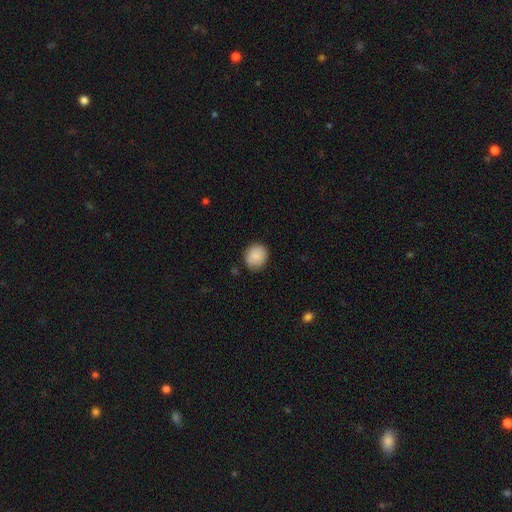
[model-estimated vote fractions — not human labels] smooth_or_featured: smooth (p=0.88) [alt: star or artifact p=0.07]
how_rounded: round (p=0.76) [alt: in between p=0.23]
merging: none (p=0.82) [alt: minor disturbance p=0.14]